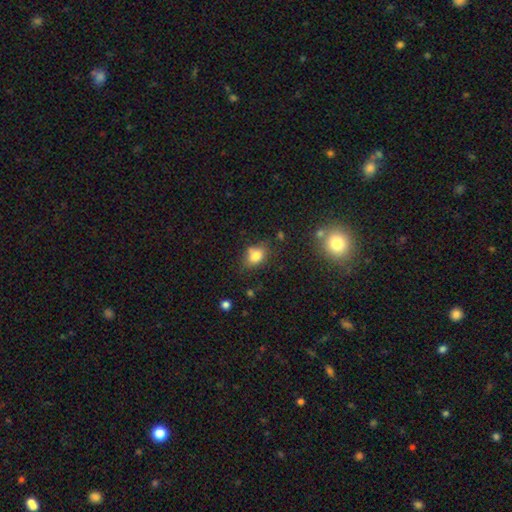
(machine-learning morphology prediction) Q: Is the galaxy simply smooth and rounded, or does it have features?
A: smooth — 77%.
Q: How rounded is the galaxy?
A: in between — 67%.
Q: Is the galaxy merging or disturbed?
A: none — 63%.